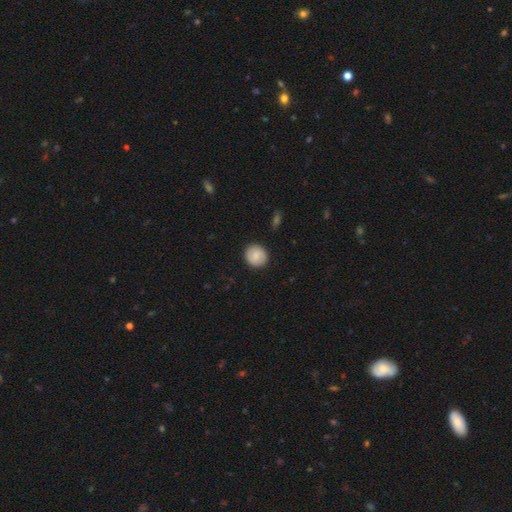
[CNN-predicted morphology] smooth-or-featured: smooth: 78% | featured or disk: 15% | star or artifact: 7%
  how-rounded: round: 88% | in between: 11% | cigar-shaped: 1%
  merging: none: 90% | minor disturbance: 7% | major disturbance: 2% | merger: 1%